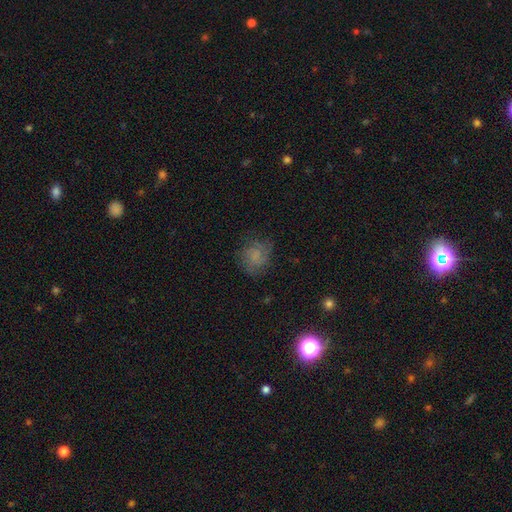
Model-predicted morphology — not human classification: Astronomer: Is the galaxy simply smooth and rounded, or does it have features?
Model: smooth — 50% (runner-up: featured or disk, 36%).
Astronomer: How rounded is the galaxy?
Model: round — 66%.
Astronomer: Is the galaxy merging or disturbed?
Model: none — 67%.